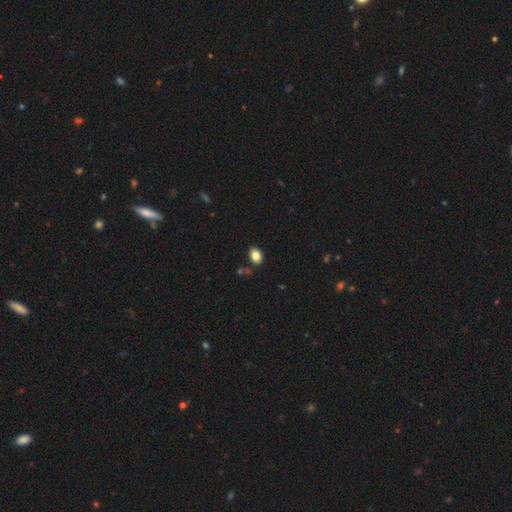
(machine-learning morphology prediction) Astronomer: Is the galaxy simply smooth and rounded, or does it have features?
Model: smooth — 83%.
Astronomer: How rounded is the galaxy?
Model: in between — 77%.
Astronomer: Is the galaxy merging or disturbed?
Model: none — 84%.